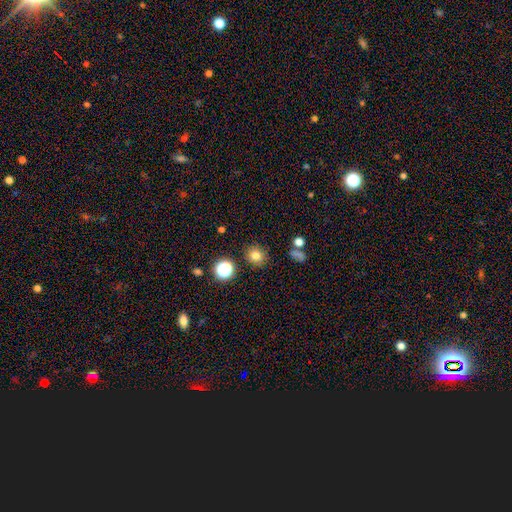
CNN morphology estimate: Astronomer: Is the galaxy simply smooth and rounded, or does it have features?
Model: smooth — 78%.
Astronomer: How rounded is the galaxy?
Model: round — 85%.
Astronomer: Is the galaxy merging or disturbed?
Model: none — 87%.